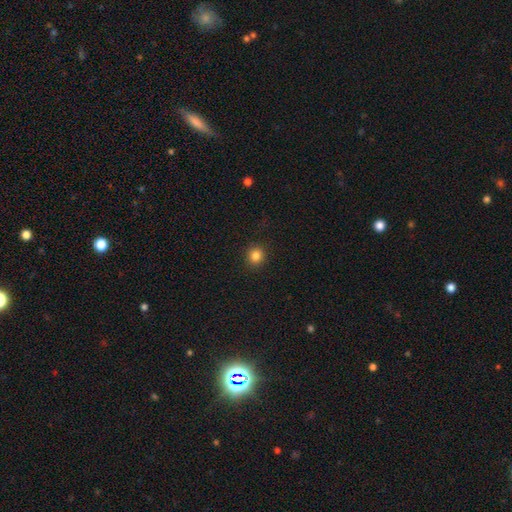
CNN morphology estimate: Q: Smooth or featured?
A: smooth (84%); runner-up: star or artifact (12%)
Q: How rounded?
A: round (88%); runner-up: in between (11%)
Q: Merging?
A: none (92%); runner-up: minor disturbance (6%)